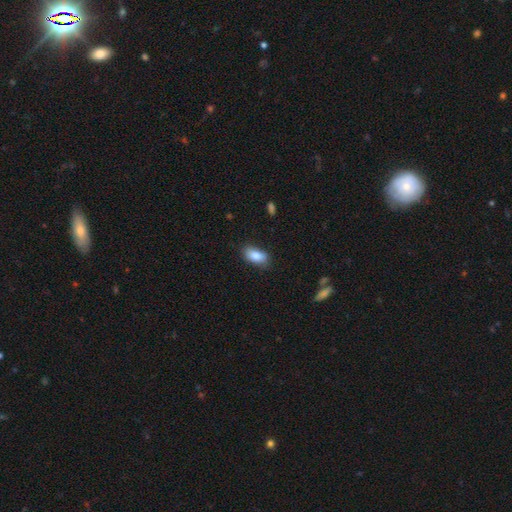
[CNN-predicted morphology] Q: Smooth or featured?
A: smooth (86%); runner-up: featured or disk (7%)
Q: How rounded?
A: in between (90%); runner-up: cigar-shaped (5%)
Q: Merging?
A: none (78%); runner-up: minor disturbance (17%)